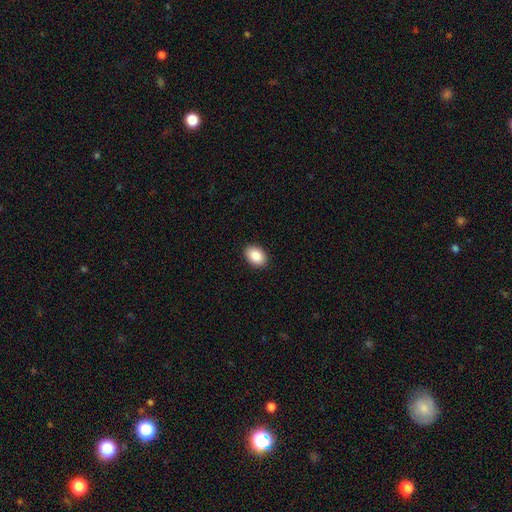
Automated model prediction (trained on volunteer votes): This is clearly a smooth galaxy (88%). How rounded: clearly in between (82%). Merging: clearly none (91%).